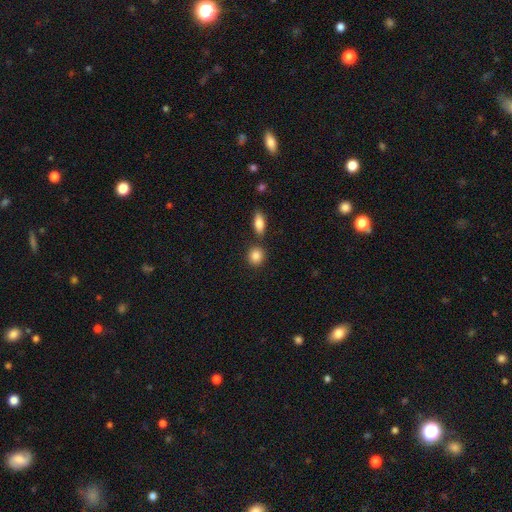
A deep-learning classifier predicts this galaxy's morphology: Overall: smooth (86%). How rounded: round (77%). Merging: none (76%).